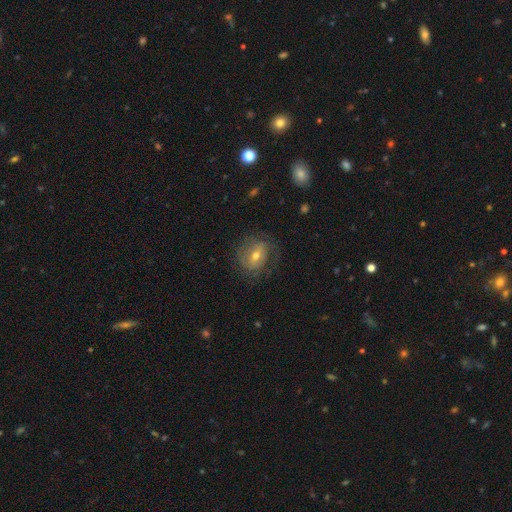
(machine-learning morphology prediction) smooth-or-featured: featured or disk: 62% | smooth: 30% | star or artifact: 8%
  disk-edge-on: no: 96% | yes: 4%
    bar: weak: 44% | no: 36% | strong: 20%
    has-spiral-arms: yes: 72% | no: 28%
    bulge-size: moderate: 69% | small: 25% | large: 5% | none: 1% | dominant: 1%
  merging: none: 65% | minor disturbance: 19% | major disturbance: 15% | merger: 1%